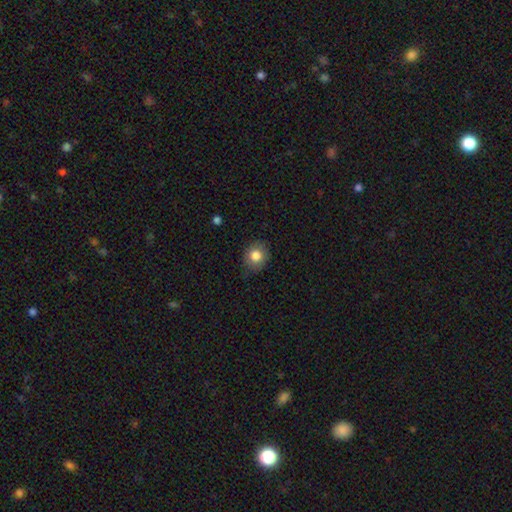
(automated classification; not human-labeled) smooth 82%, star or artifact 9%, featured or disk 8%. Down the decision tree: how rounded — round (70%); merging — none (80%).